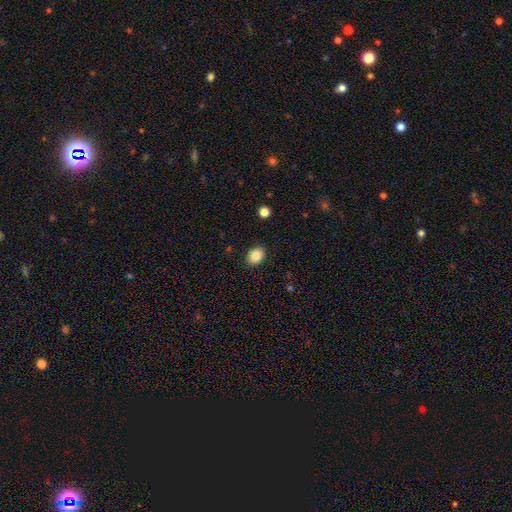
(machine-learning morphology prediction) Q: Smooth or featured?
A: smooth (87%); runner-up: star or artifact (9%)
Q: How rounded?
A: in between (59%); runner-up: round (40%)
Q: Merging?
A: none (89%); runner-up: minor disturbance (8%)